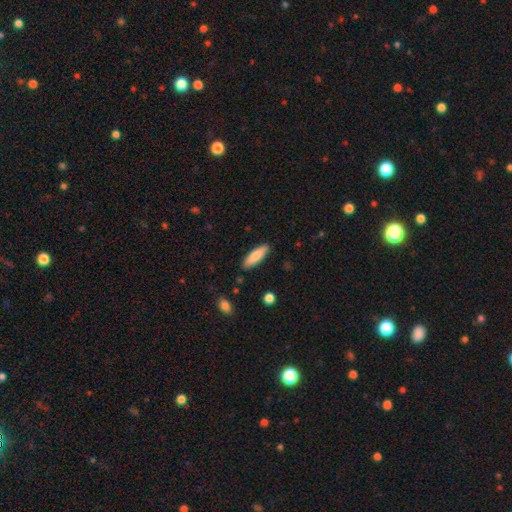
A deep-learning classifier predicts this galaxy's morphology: This is clearly a smooth galaxy (80%). How rounded: possibly cigar-shaped (55%). Merging: clearly none (88%).